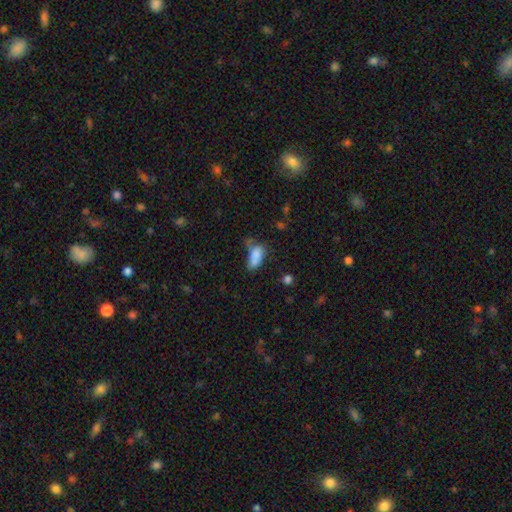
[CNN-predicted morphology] Q: Smooth or featured?
A: smooth (77%); runner-up: featured or disk (12%)
Q: How rounded?
A: in between (87%); runner-up: cigar-shaped (8%)
Q: Merging?
A: none (31%); runner-up: minor disturbance (27%)